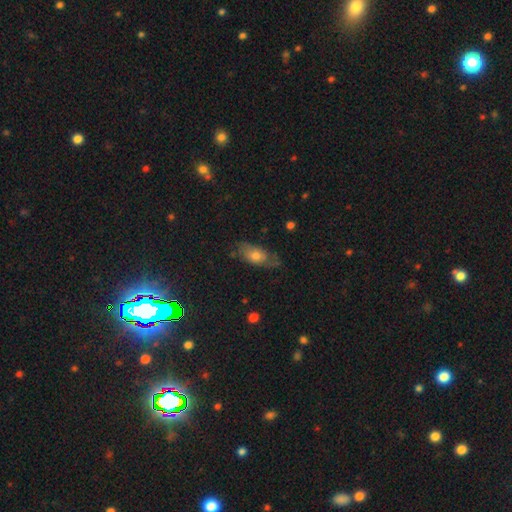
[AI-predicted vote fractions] The model was most divided on "merging": none: 55%, minor disturbance: 30%, major disturbance: 12%, merger: 2%. More confident: how rounded — in between (83%); smooth or featured — smooth (64%).